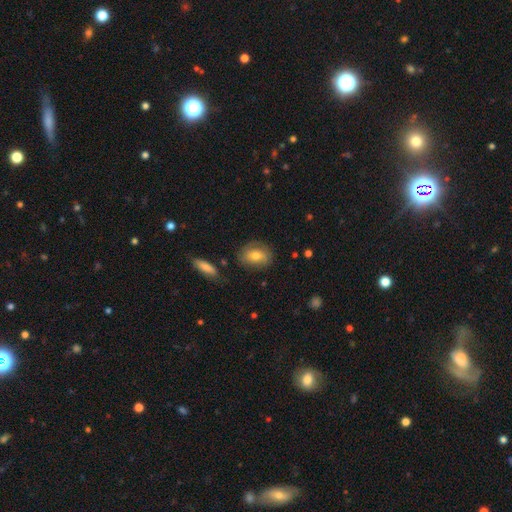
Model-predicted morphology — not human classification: A smooth galaxy with no disk features (68%) that is in between round and cigar-shaped (62%).

Vote fractions:
- Smooth or featured? smooth: 68% / featured or disk: 24% / star or artifact: 8%
- How rounded? in between: 62% / round: 36% / cigar-shaped: 2%
- Merging? none: 77% / minor disturbance: 16% / major disturbance: 5% / merger: 2%